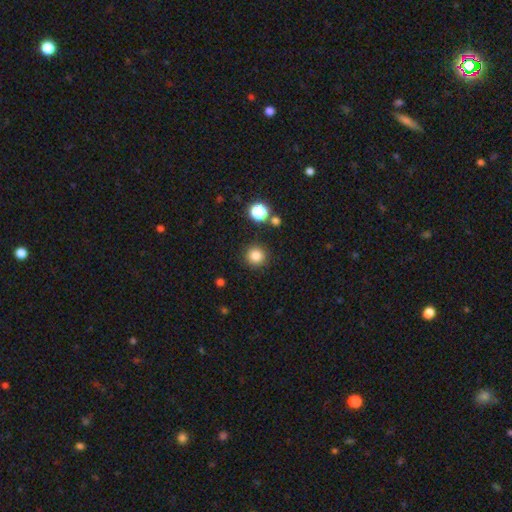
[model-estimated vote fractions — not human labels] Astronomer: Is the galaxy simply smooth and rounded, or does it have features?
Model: smooth — 83%.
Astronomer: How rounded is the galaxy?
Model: round — 95%.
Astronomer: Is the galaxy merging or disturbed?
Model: none — 90%.